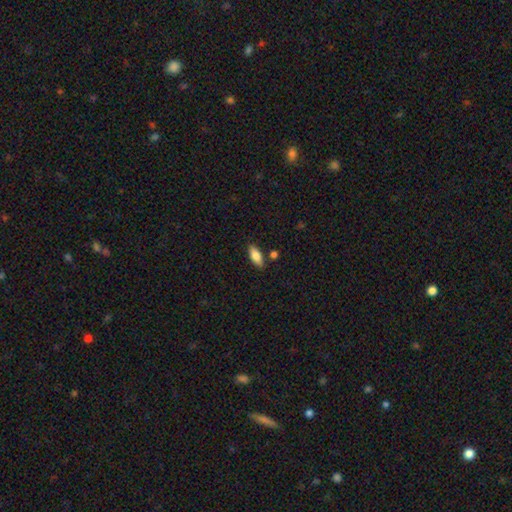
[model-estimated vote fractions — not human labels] Smooth or featured? Predicted: smooth (p=0.83). How rounded? Predicted: in between (p=0.82). Merging? Predicted: none (p=0.81).